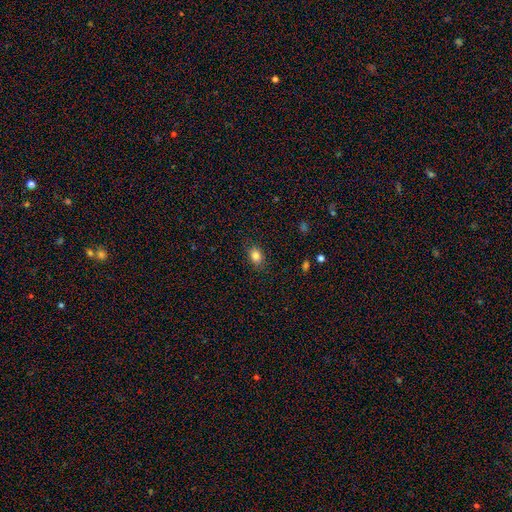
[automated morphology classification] A smooth galaxy with no disk features (84%) that is in between round and cigar-shaped (68%).

Vote fractions:
- Smooth or featured? smooth: 84% / star or artifact: 10% / featured or disk: 6%
- How rounded? in between: 68% / round: 31% / cigar-shaped: 1%
- Merging? none: 86% / minor disturbance: 10% / major disturbance: 3% / merger: 1%